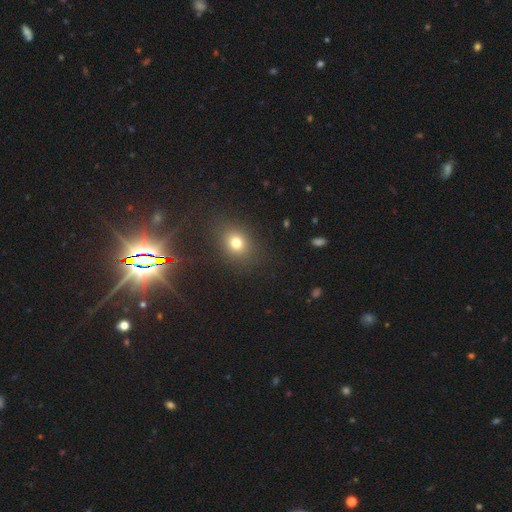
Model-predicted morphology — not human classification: Smooth or featured?
  - smooth: 50% *
  - star or artifact: 40%
  - featured or disk: 11%
Merging?
  - none: 88% *
  - minor disturbance: 7%
  - major disturbance: 3%
  - merger: 2%